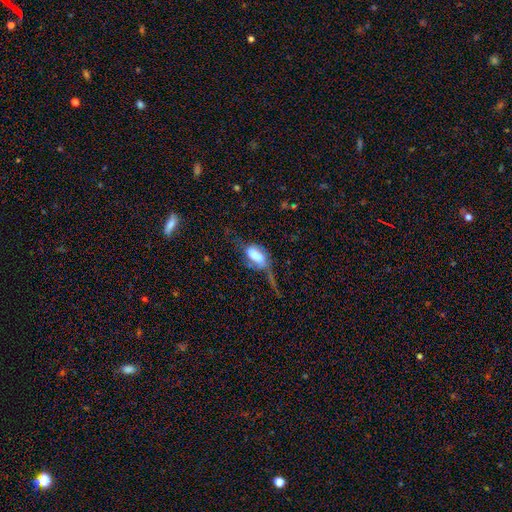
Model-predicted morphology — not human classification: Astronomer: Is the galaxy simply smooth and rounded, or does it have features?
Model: smooth — 54% (runner-up: featured or disk, 36%).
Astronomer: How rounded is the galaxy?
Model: in between — 89%.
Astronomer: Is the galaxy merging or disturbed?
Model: major disturbance — 50%.